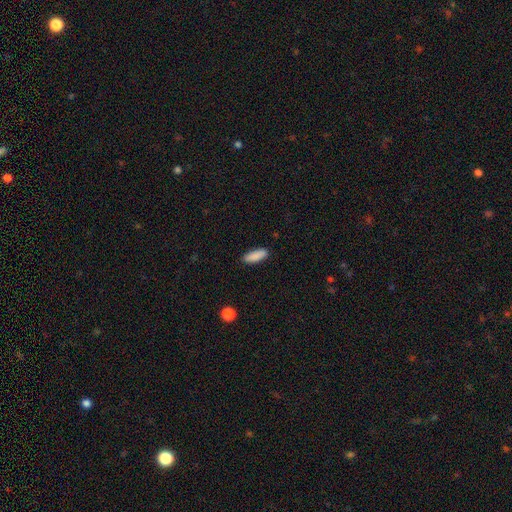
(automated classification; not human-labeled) This is clearly a smooth galaxy (89%). How rounded: possibly in between (58%). Merging: clearly none (88%).